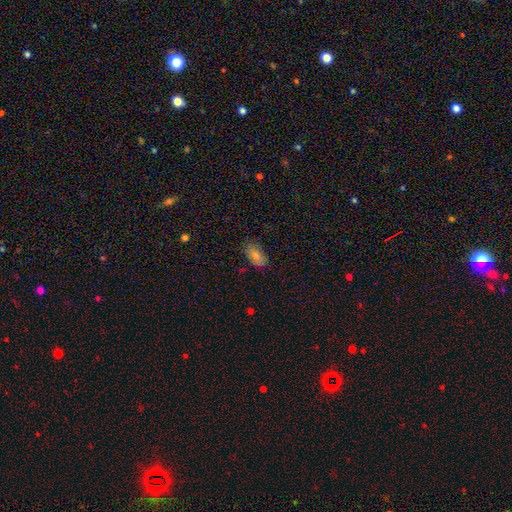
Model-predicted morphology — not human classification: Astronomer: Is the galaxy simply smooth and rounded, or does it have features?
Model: smooth — 69%.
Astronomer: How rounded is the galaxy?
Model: in between — 89%.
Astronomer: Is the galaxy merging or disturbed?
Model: none — 82%.